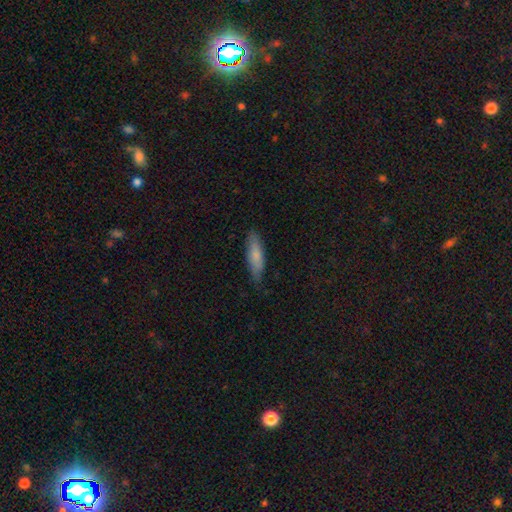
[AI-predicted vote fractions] smooth_or_featured: smooth (p=0.78) [alt: featured or disk p=0.17]
how_rounded: cigar-shaped (p=0.64) [alt: in between p=0.35]
merging: none (p=0.81) [alt: minor disturbance p=0.16]